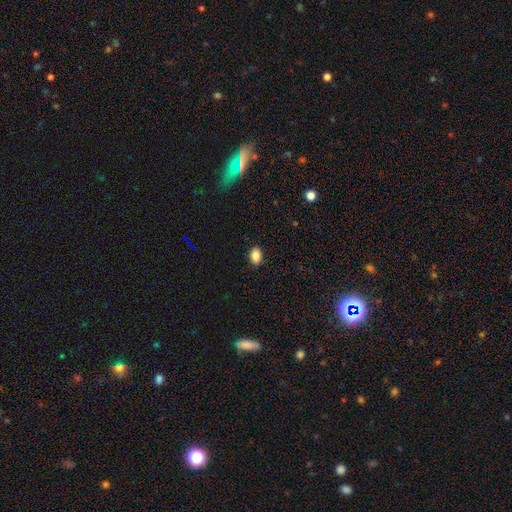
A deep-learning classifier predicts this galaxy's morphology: smooth-or-featured: smooth: 84% | star or artifact: 10% | featured or disk: 6%
  how-rounded: in between: 79% | round: 20% | cigar-shaped: 1%
  merging: none: 89% | minor disturbance: 8% | major disturbance: 2% | merger: 1%